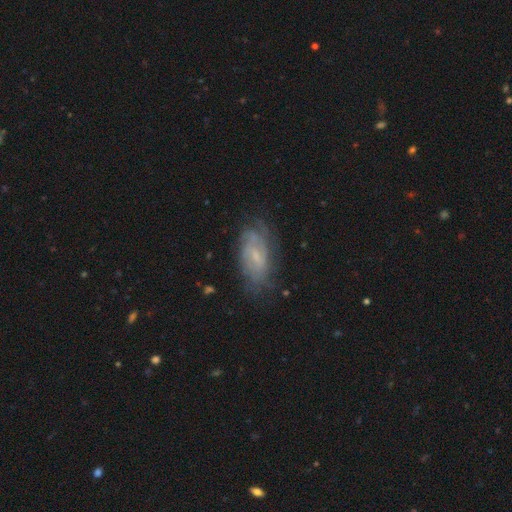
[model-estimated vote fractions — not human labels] Morphology: type=featured or disk (61%); edge-on=no (90%); bar=weak (47%); spiral arms=yes (78%); bulge=small (57%); merging=none (65%).